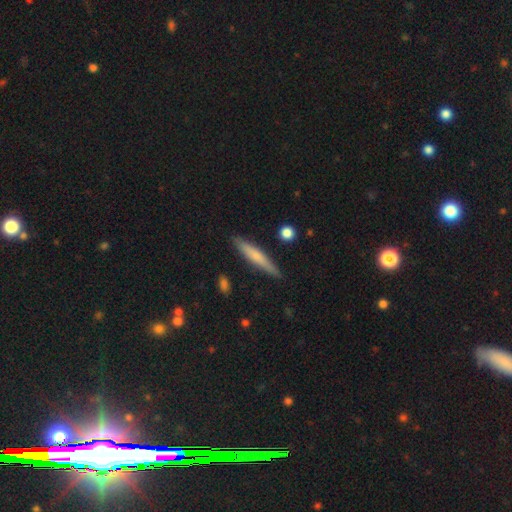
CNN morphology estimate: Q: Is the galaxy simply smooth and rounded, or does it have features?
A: smooth — 62%.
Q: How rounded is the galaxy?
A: cigar-shaped — 92%.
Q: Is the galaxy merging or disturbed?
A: none — 87%.